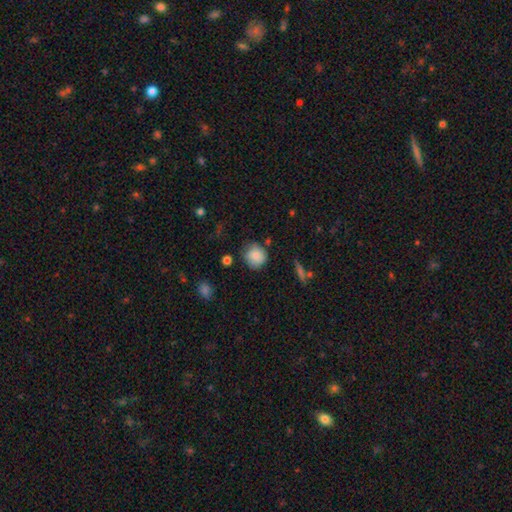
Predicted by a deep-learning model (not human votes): smooth-or-featured: smooth: 84% | star or artifact: 8% | featured or disk: 8%
  how-rounded: round: 87% | in between: 12% | cigar-shaped: 1%
  merging: none: 69% | minor disturbance: 22% | major disturbance: 5% | merger: 3%